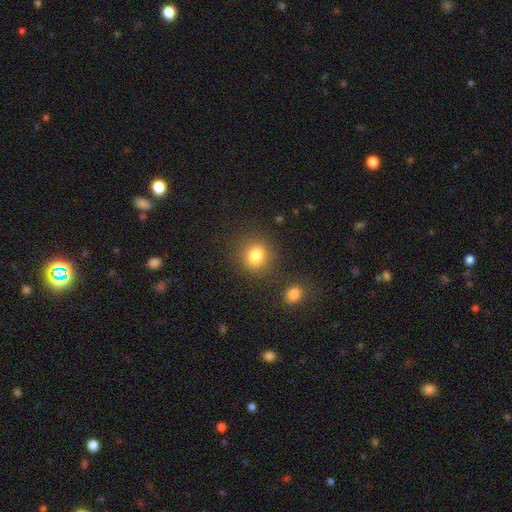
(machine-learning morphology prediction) Smooth or featured: smooth — 82% (star or artifact — 12%)
How rounded: round — 83% (in between — 16%)
Merging: none — 83% (minor disturbance — 9%)